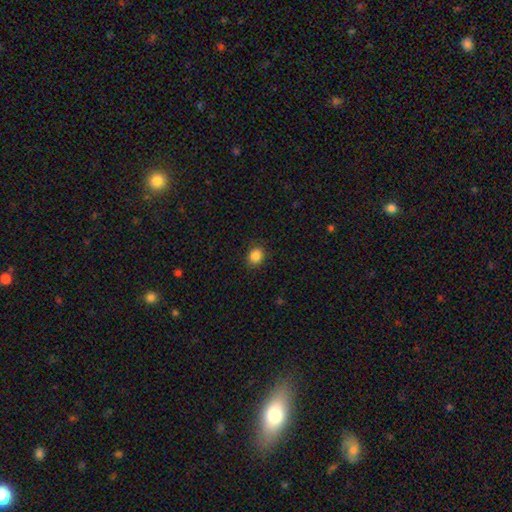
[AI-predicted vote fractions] Overall: smooth (86%). How rounded: round (73%). Merging: none (89%).